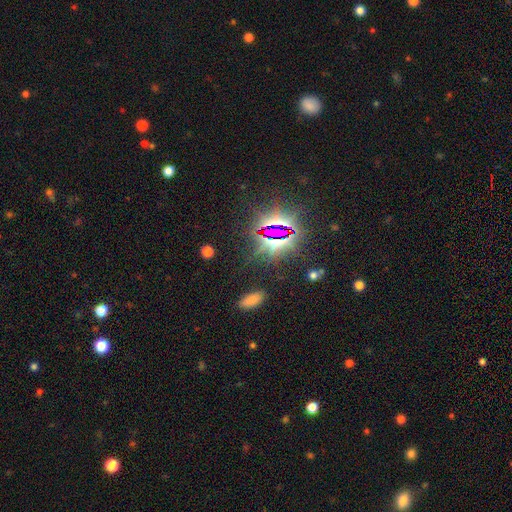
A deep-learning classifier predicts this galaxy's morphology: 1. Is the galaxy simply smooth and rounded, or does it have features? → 78% star or artifact, 13% smooth, 9% featured or disk.